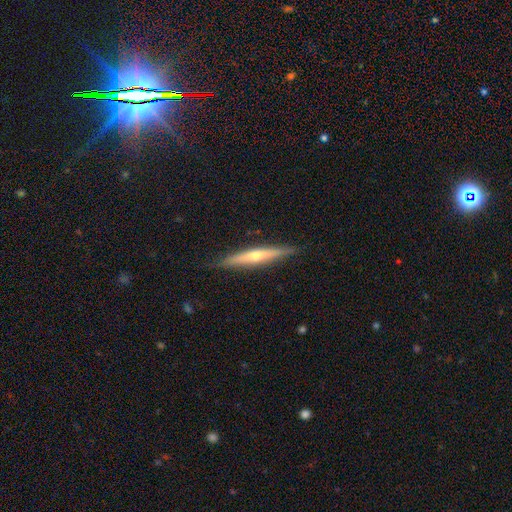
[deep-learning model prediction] A featured or disk galaxy (67%) viewed edge-on (96%) with a rounded central bulge (81%).

Vote fractions:
- Smooth or featured? featured or disk: 67% / smooth: 25% / star or artifact: 7%
- Edge-on disk? yes: 96% / no: 4%
- Edge-on bulge? rounded: 81% / none: 16% / boxy: 3%
- Merging? none: 89% / minor disturbance: 8% / major disturbance: 1% / merger: 1%